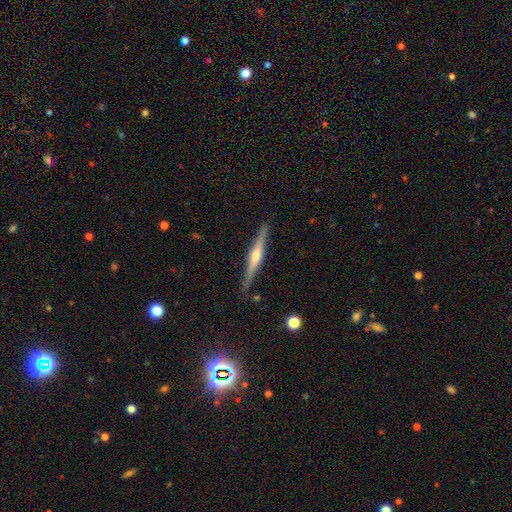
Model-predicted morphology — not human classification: Smooth or featured?
  - featured or disk: 72% *
  - smooth: 22%
  - star or artifact: 6%
Edge-on disk?
  - yes: 98% *
  - no: 2%
Edge-on bulge?
  - rounded: 81% *
  - boxy: 10%
  - none: 9%
Merging?
  - none: 89% *
  - minor disturbance: 8%
  - major disturbance: 2%
  - merger: 1%